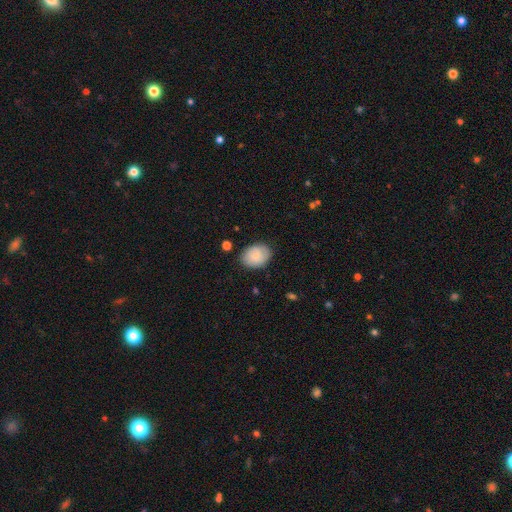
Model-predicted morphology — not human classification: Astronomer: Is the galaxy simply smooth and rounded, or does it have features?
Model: smooth — 84%.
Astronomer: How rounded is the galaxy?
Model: in between — 64%.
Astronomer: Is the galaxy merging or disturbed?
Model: none — 81%.